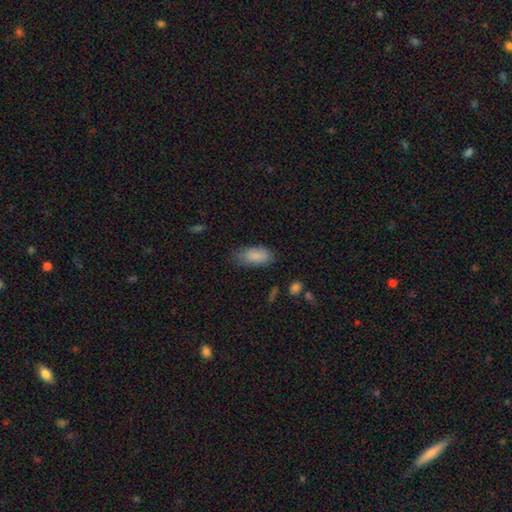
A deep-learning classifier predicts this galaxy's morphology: Smooth or featured? smooth (87%)
How rounded? in between (91%)
Merging? none (69%)